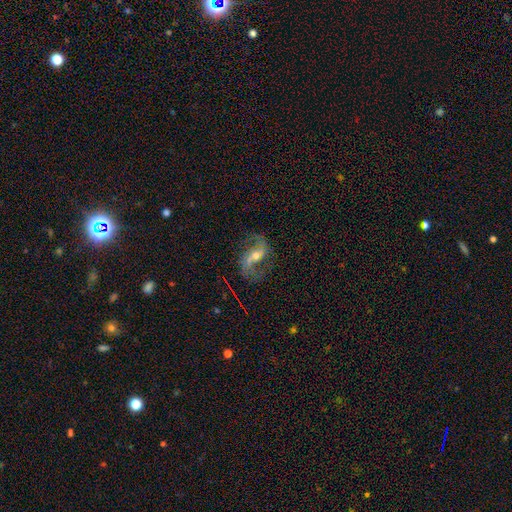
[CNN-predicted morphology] The model was most divided on "bar": weak: 42%, strong: 37%, no: 21%. More confident: edge-on disk — no (96%); spiral arms — yes (94%); spiral arm count — 2 (90%); smooth or featured — featured or disk (84%); merging — none (73%); bulge size — moderate (56%); spiral winding — loose (54%).